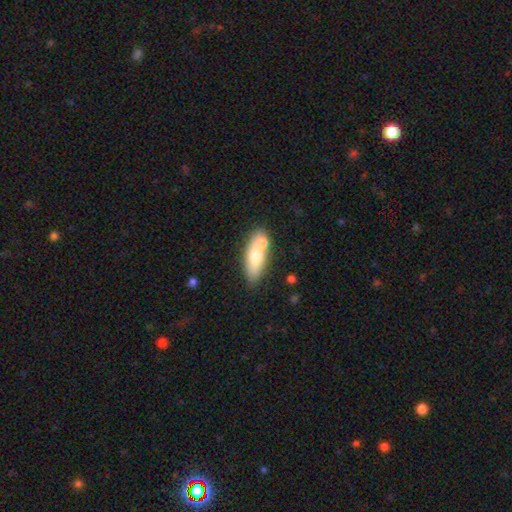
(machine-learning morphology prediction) Q: Smooth or featured?
A: smooth (66%); runner-up: featured or disk (27%)
Q: How rounded?
A: in between (69%); runner-up: cigar-shaped (28%)
Q: Merging?
A: none (60%); runner-up: merger (22%)